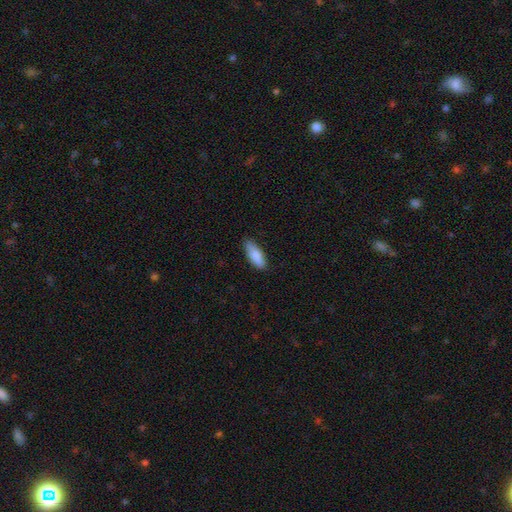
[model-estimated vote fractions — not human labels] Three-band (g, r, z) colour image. It shows a smooth galaxy with no disk features (84%) that is in between round and cigar-shaped (69%). Merging: none (80%).